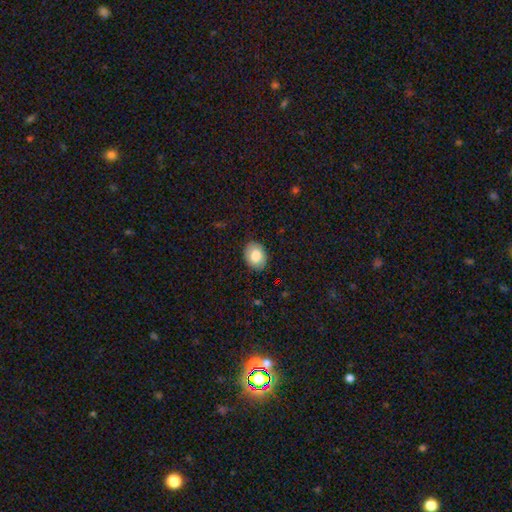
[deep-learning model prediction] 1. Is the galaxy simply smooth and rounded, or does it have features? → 80% smooth, 13% featured or disk, 8% star or artifact.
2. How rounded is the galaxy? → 63% in between, 36% round, 1% cigar-shaped.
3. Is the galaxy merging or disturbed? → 86% none, 11% minor disturbance, 2% major disturbance, 1% merger.